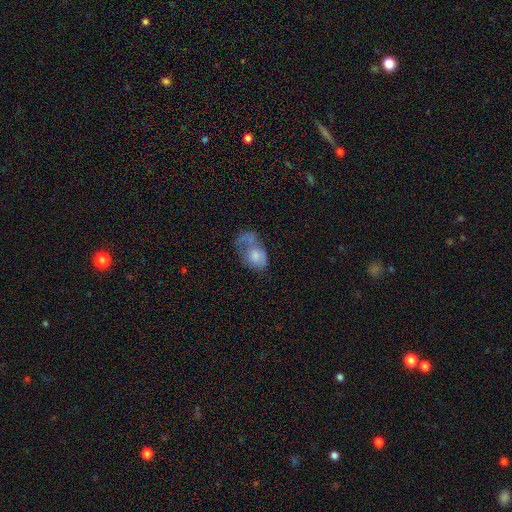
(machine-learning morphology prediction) A smooth galaxy with no disk features (60%) that is in between round and cigar-shaped (78%).

Vote fractions:
- Smooth or featured? smooth: 60% / featured or disk: 32% / star or artifact: 8%
- How rounded? in between: 78% / round: 21% / cigar-shaped: 1%
- Merging? major disturbance: 39% / merger: 29% / none: 16% / minor disturbance: 16%